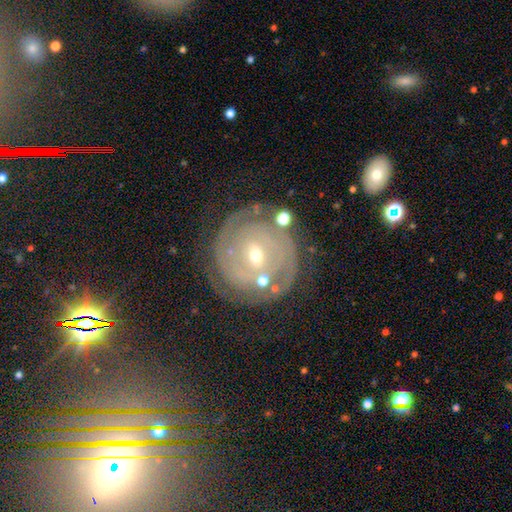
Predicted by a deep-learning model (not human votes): Morphology: type=featured or disk (84%); edge-on=no (97%); bar=weak (42%, tied with no); spiral arms=yes (94%); winding=tight (81%); arm count=2 (38%); bulge=small (61%); merging=none (76%).